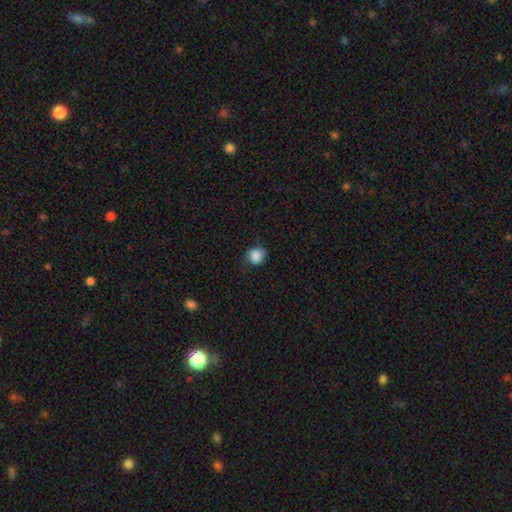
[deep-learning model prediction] Morphology: type=smooth (87%); roundness=round (81%); merging=none (74%).